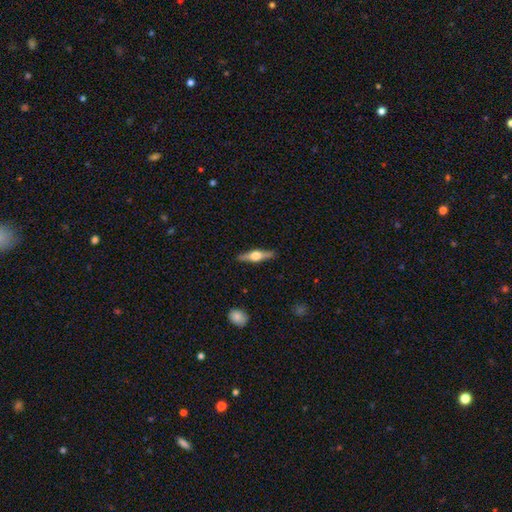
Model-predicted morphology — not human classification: Overall: featured or disk (64%; smooth 30%). Edge-on disk: yes (96%). Edge-on bulge: rounded (95%). Merging: none (90%).